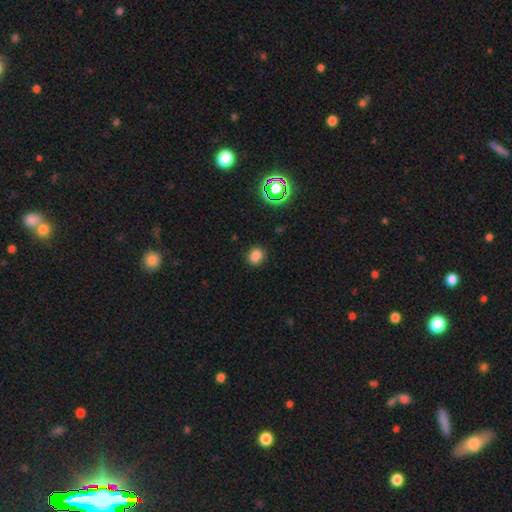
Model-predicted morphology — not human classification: The model was most divided on "how rounded": round: 69%, in between: 30%, cigar-shaped: 1%. More confident: merging — none (88%); smooth or featured — smooth (81%).